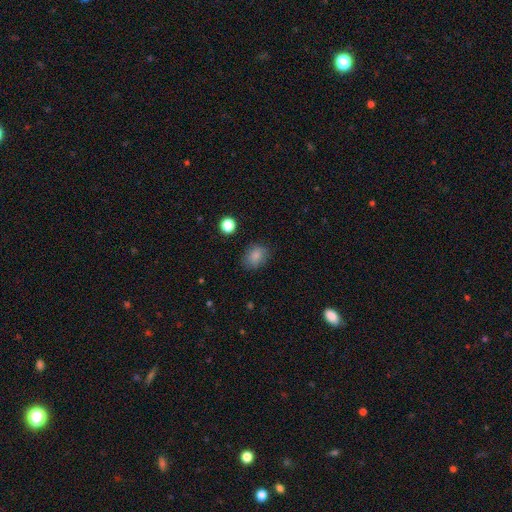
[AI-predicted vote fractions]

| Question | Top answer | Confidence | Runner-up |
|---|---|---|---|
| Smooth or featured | smooth | 86% | star or artifact (10%) |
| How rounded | in between | 60% | round (39%) |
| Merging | none | 80% | minor disturbance (14%) |